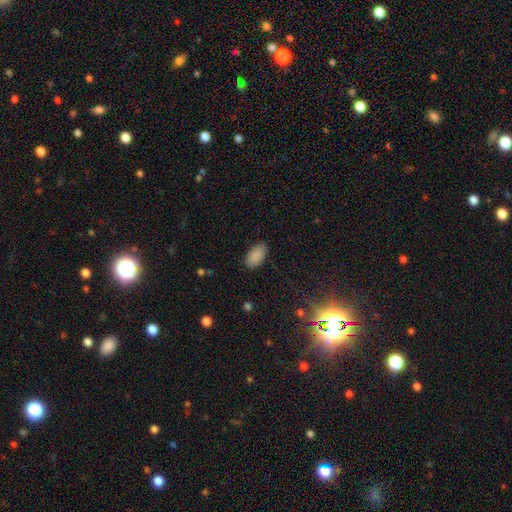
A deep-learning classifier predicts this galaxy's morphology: A smooth galaxy with no disk features (89%) that is in between round and cigar-shaped (95%). Merging: none (84%).